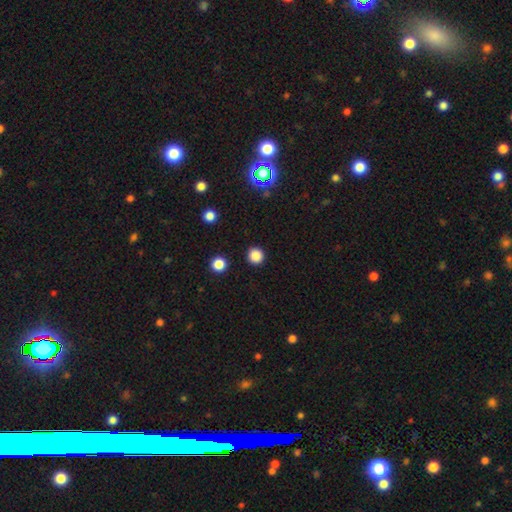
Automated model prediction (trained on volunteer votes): This is clearly a smooth galaxy (84%). How rounded: clearly round (95%). Merging: clearly none (92%).